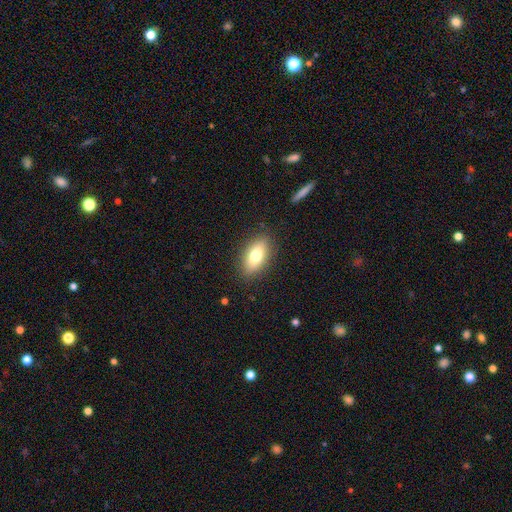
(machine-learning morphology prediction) This is likely a smooth galaxy (74%). How rounded: clearly in between (86%). Merging: clearly none (87%).